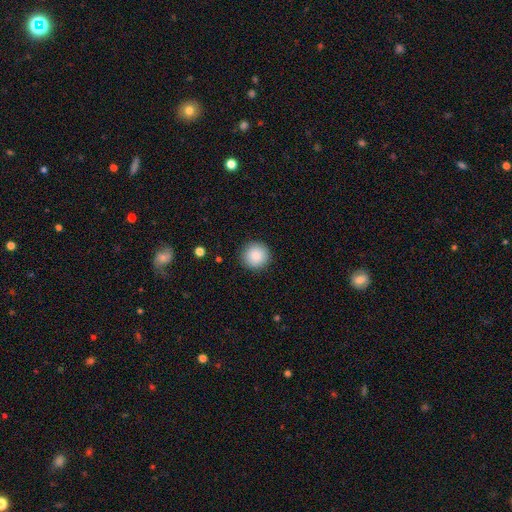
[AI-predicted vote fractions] Smooth or featured? smooth (88%)
How rounded? round (95%)
Merging? none (91%)